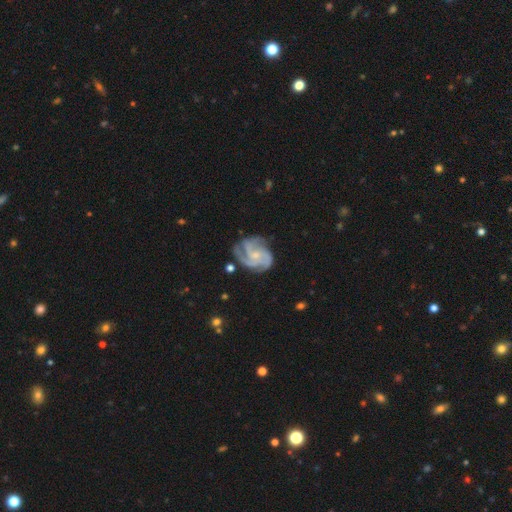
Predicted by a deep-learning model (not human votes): Smooth or featured: featured or disk — 89% (smooth — 6%)
Edge-on disk: no — 98% (yes — 2%)
Bar: no — 65% (weak — 29%)
Spiral arms: yes — 98% (no — 2%)
Spiral winding: tight — 47% (medium — 45%)
Spiral arm count: 3 — 47% (4 — 28%)
Bulge size: small — 68% (moderate — 23%)
Merging: none — 70% (minor disturbance — 20%)